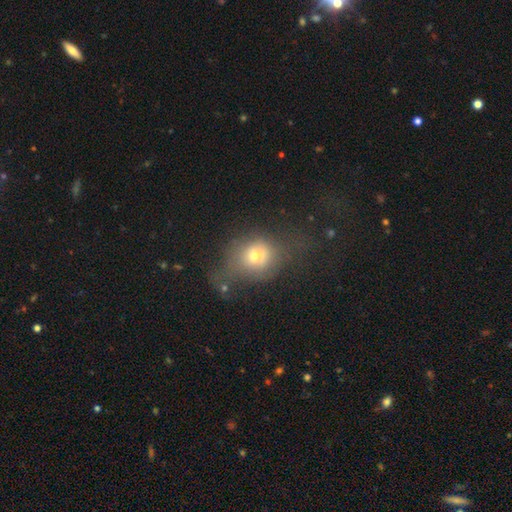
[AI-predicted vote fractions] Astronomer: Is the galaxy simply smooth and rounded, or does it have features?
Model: smooth — 64%.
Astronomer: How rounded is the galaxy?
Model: round — 62%.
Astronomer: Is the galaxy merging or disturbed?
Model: none — 39% (runner-up: major disturbance, 32%).